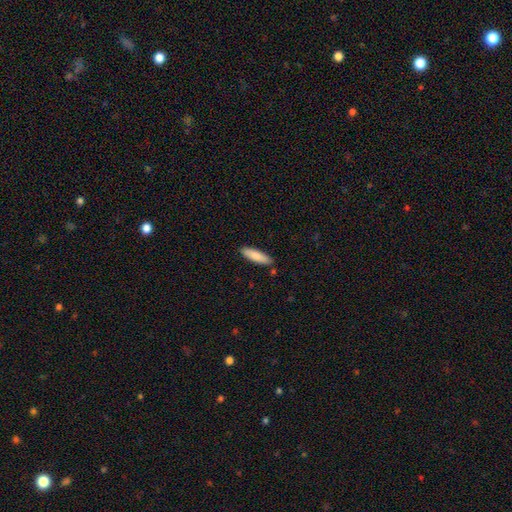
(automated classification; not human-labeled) Q: Smooth or featured?
A: smooth (83%); runner-up: featured or disk (11%)
Q: How rounded?
A: cigar-shaped (61%); runner-up: in between (38%)
Q: Merging?
A: none (86%); runner-up: minor disturbance (10%)